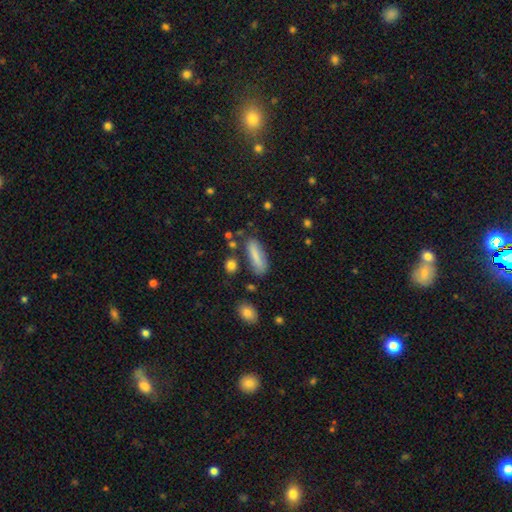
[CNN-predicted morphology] Smooth or featured? Predicted: smooth (p=0.80). How rounded? Predicted: in between (p=0.49). Merging? Predicted: none (p=0.72).